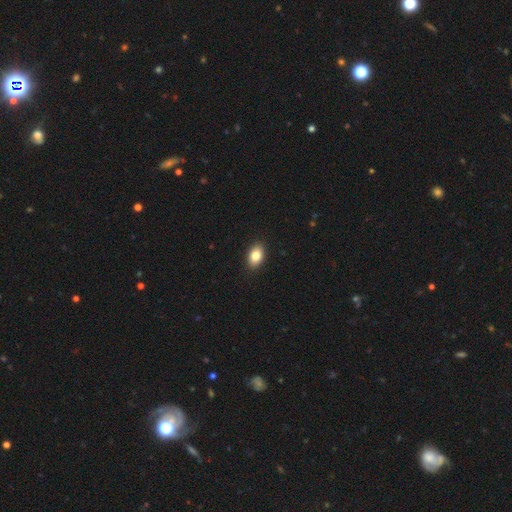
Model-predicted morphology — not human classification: type=smooth (84%); roundness=in between (86%); merging=none (90%).